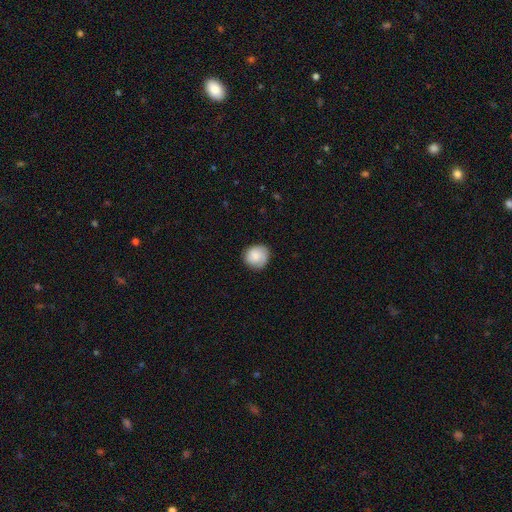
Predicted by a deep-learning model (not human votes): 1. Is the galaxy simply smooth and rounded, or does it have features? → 79% smooth, 14% featured or disk, 7% star or artifact.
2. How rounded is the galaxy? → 87% round, 12% in between, 1% cigar-shaped.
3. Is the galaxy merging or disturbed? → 79% none, 16% minor disturbance, 3% major disturbance, 1% merger.